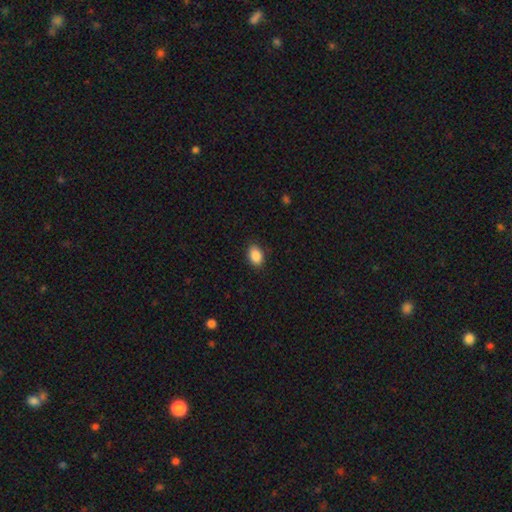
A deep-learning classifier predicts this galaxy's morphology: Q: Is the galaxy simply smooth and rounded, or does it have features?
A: smooth — 89%.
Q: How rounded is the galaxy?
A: in between — 83%.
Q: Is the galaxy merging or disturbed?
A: none — 87%.